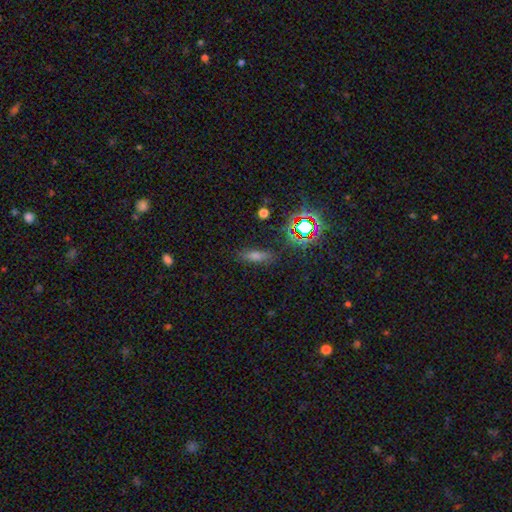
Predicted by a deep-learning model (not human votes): Smooth or featured? Predicted: smooth (p=0.57). How rounded? Predicted: cigar-shaped (p=0.53). Merging? Predicted: none (p=0.84).